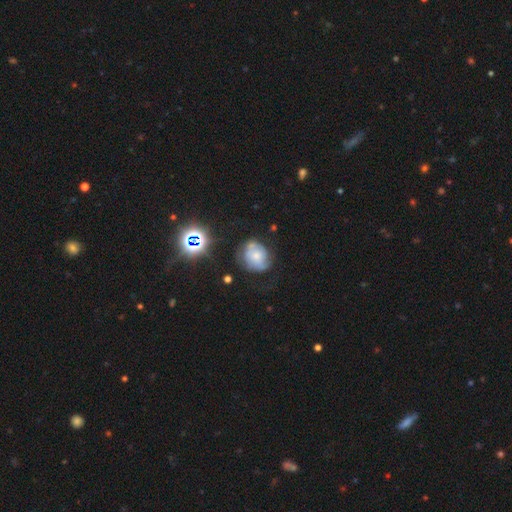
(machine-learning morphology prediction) Smooth or featured: featured or disk — 47% (smooth — 41%)
Merging: none — 54% (minor disturbance — 27%)